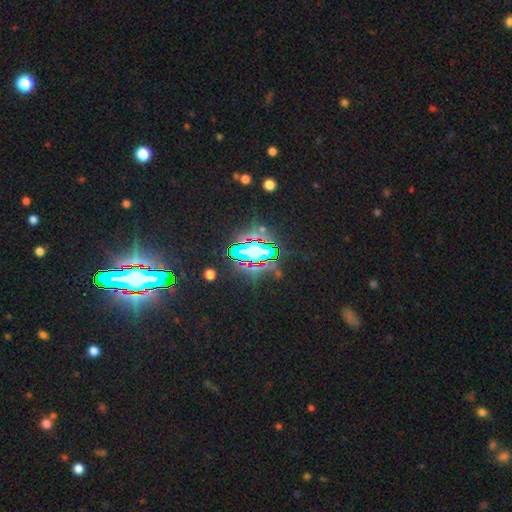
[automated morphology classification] This appears to be a star or artifact, not a galaxy (69%).